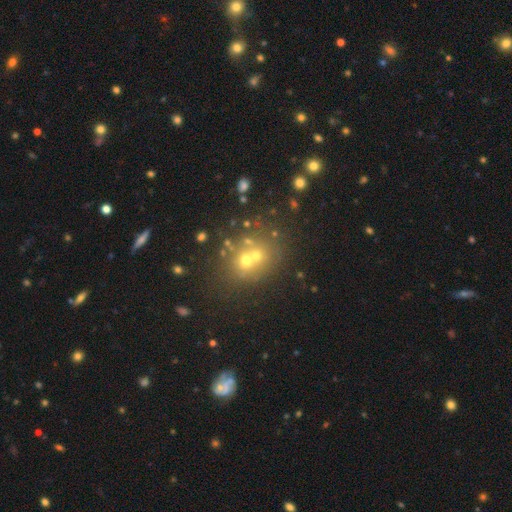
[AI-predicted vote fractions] Smooth or featured?
  - smooth: 54% *
  - featured or disk: 24%
  - star or artifact: 22%
How rounded?
  - round: 74% *
  - in between: 25%
  - cigar-shaped: 1%
Merging?
  - none: 45% *
  - merger: 41%
  - minor disturbance: 9%
  - major disturbance: 5%